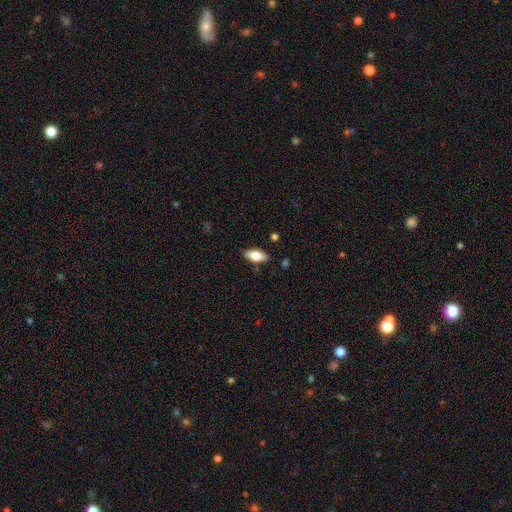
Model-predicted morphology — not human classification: A smooth galaxy with no disk features (78%) that is in between round and cigar-shaped (89%). Merging: none (85%).